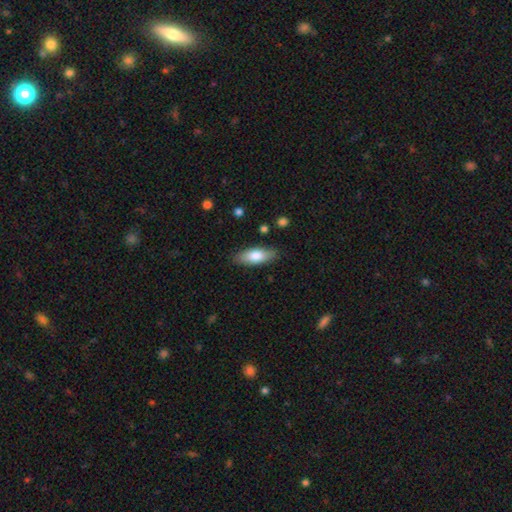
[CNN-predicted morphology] Smooth or featured: smooth — 75% (featured or disk — 19%)
How rounded: in between — 73% (cigar-shaped — 25%)
Merging: none — 86% (minor disturbance — 11%)